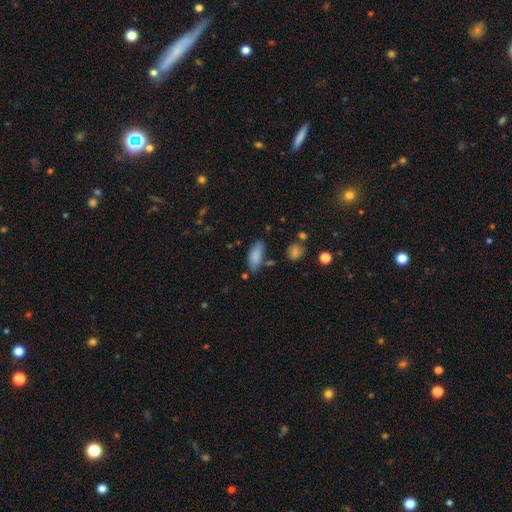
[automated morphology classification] smooth-or-featured: smooth: 85% | featured or disk: 8% | star or artifact: 7%
  how-rounded: in between: 85% | cigar-shaped: 12% | round: 2%
  merging: none: 67% | minor disturbance: 21% | merger: 7% | major disturbance: 5%